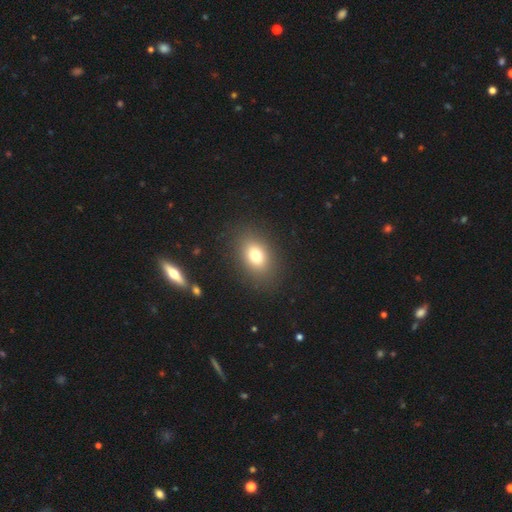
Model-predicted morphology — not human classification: Overall: smooth (75%). How rounded: in between (72%). Merging: none (87%).